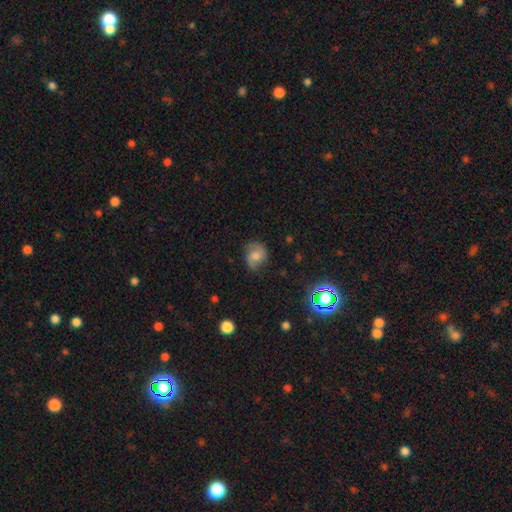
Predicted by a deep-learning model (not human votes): This appears to be a featured or disk galaxy (46%). Merging: none (66%).